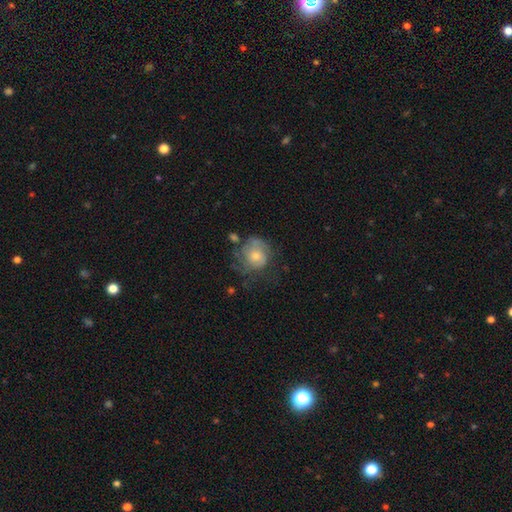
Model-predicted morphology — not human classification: A featured or disk galaxy (48%).

Vote fractions:
- Smooth or featured? featured or disk: 48% / smooth: 44% / star or artifact: 8%
- Merging? none: 48% / minor disturbance: 25% / major disturbance: 23% / merger: 4%